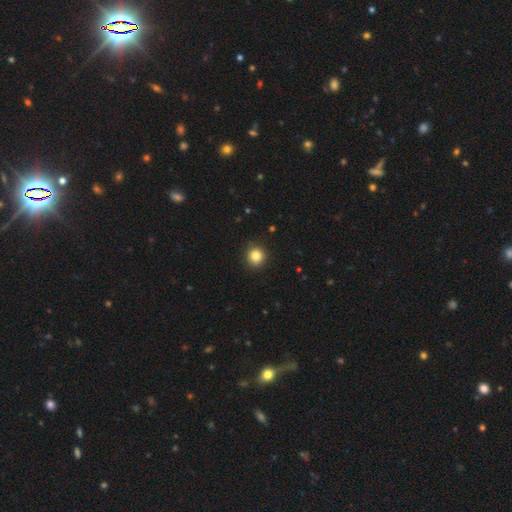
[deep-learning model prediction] Overall: smooth (84%). How rounded: round (91%). Merging: none (89%).